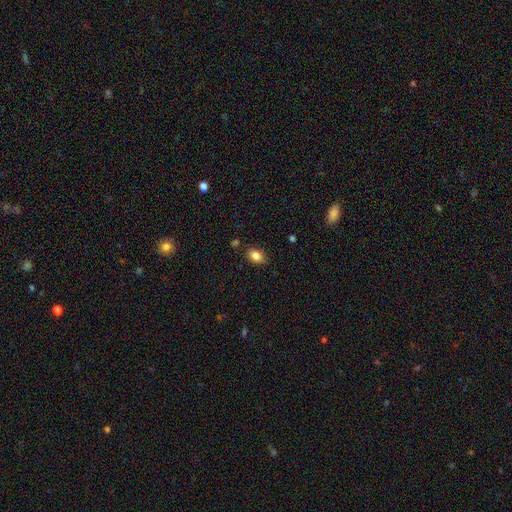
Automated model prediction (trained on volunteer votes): Smooth or featured? Predicted: smooth (p=0.85). How rounded? Predicted: in between (p=0.83). Merging? Predicted: none (p=0.84).